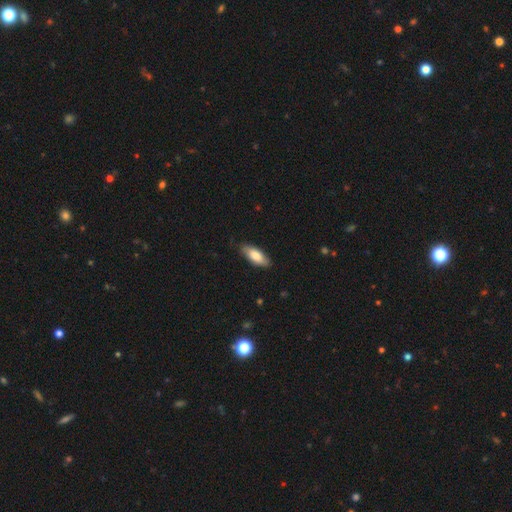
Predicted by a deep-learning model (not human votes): Smooth or featured: smooth — 80% (featured or disk — 15%)
How rounded: in between — 79% (cigar-shaped — 19%)
Merging: none — 82% (minor disturbance — 14%)